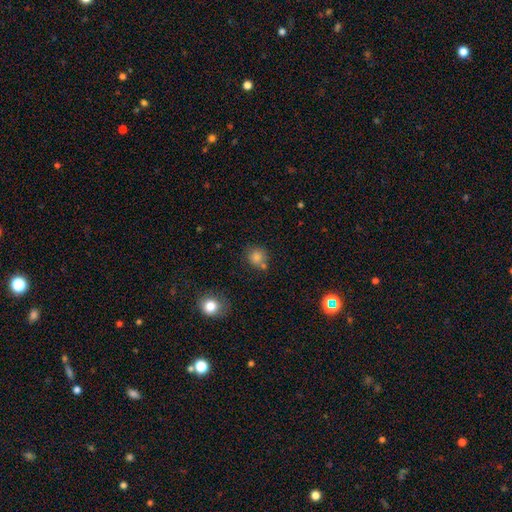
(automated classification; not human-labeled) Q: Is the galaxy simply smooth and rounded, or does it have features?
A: smooth — 72%.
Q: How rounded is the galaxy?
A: round — 83%.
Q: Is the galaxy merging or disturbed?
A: none — 71%.